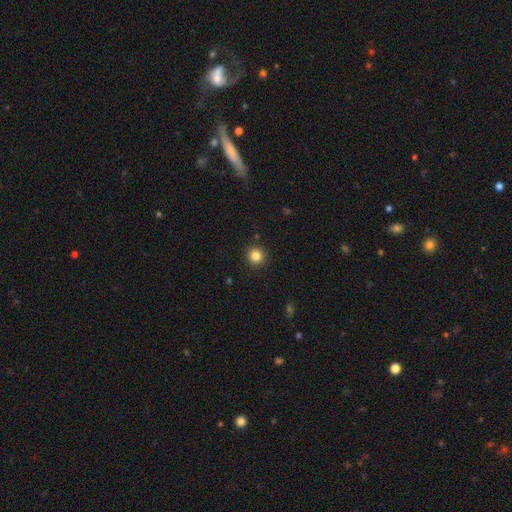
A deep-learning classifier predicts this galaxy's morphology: Smooth or featured? smooth (84%)
How rounded? round (94%)
Merging? none (92%)